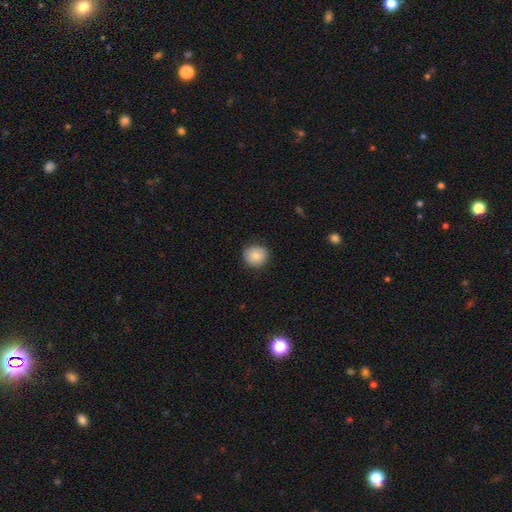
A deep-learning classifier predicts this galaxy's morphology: smooth-or-featured: smooth: 86% | star or artifact: 9% | featured or disk: 6%
  how-rounded: round: 90% | in between: 9% | cigar-shaped: 1%
  merging: none: 90% | minor disturbance: 7% | major disturbance: 2% | merger: 1%